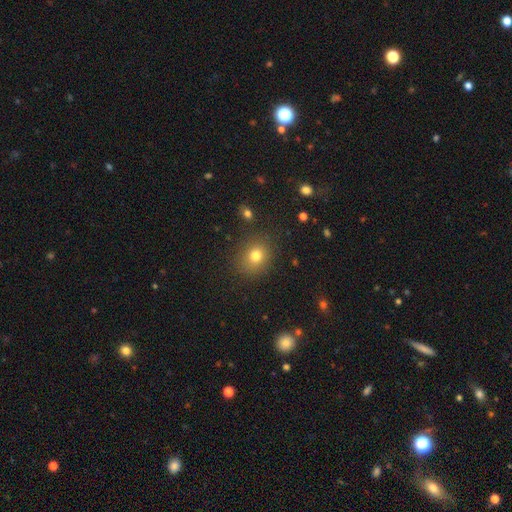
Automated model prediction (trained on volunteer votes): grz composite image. It shows a smooth galaxy with no disk features (77%) that is round (65%). Merging: none (83%).